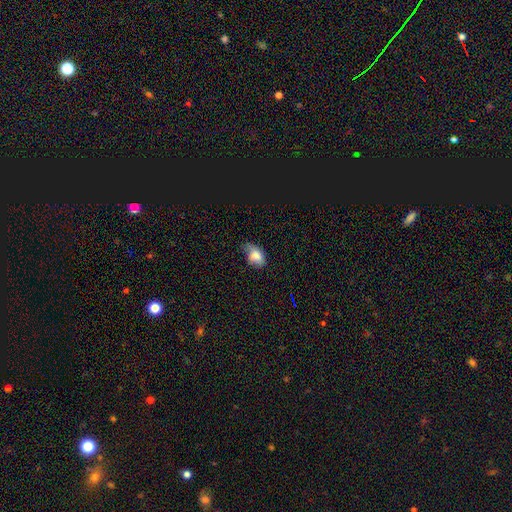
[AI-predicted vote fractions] Q: Smooth or featured?
A: smooth (77%); runner-up: featured or disk (14%)
Q: How rounded?
A: in between (86%); runner-up: round (12%)
Q: Merging?
A: minor disturbance (43%); runner-up: none (33%)